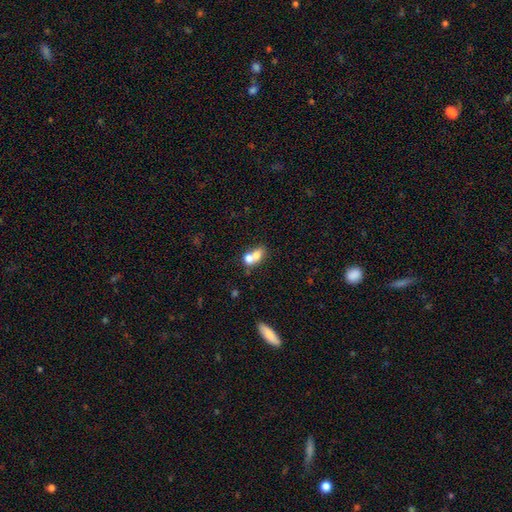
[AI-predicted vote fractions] smooth 69%, featured or disk 20%, star or artifact 10%. Down the decision tree: how rounded — in between (61%); merging — merger (66%).